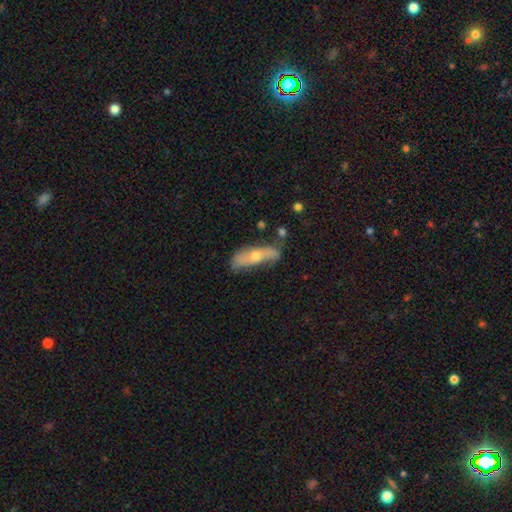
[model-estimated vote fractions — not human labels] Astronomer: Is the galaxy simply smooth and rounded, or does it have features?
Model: featured or disk — 50% (runner-up: smooth, 43%).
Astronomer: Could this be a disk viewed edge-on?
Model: no — 59% (runner-up: yes, 41%).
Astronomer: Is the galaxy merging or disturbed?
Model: none — 54% (runner-up: minor disturbance, 30%).